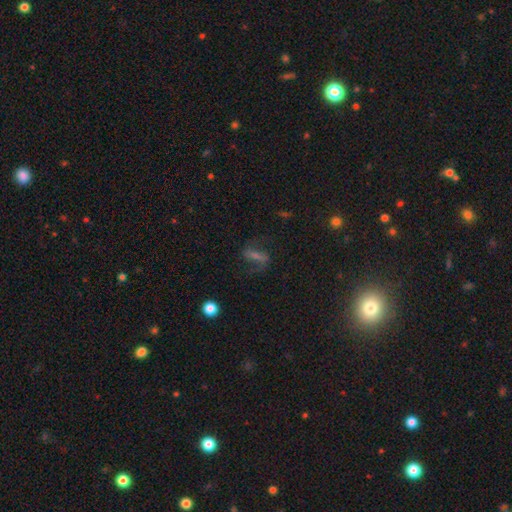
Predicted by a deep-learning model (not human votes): smooth_or_featured: featured or disk (p=0.55) [alt: smooth p=0.23]
disk_edge_on: no (p=0.88) [alt: yes p=0.12]
merging: none (p=0.70) [alt: minor disturbance p=0.14]